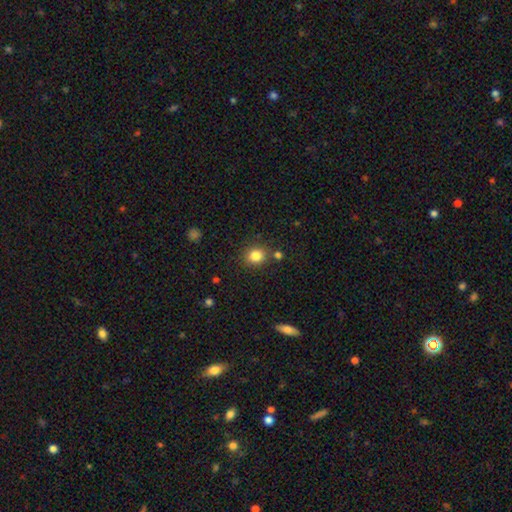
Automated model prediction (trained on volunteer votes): Smooth or featured?
  - smooth: 83% *
  - star or artifact: 11%
  - featured or disk: 6%
How rounded?
  - round: 79% *
  - in between: 20%
  - cigar-shaped: 1%
Merging?
  - none: 81% *
  - minor disturbance: 9%
  - merger: 7%
  - major disturbance: 3%